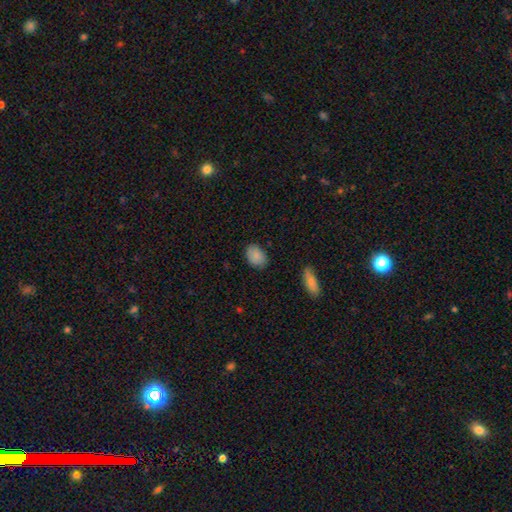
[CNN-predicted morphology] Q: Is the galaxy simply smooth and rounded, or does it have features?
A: smooth — 85%.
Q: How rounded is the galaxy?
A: in between — 79%.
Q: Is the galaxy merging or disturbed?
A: none — 82%.